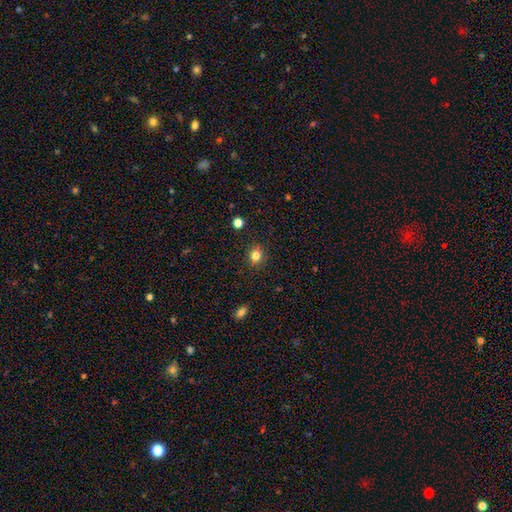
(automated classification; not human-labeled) Overall: smooth (78%). How rounded: round (71%). Merging: none (87%).